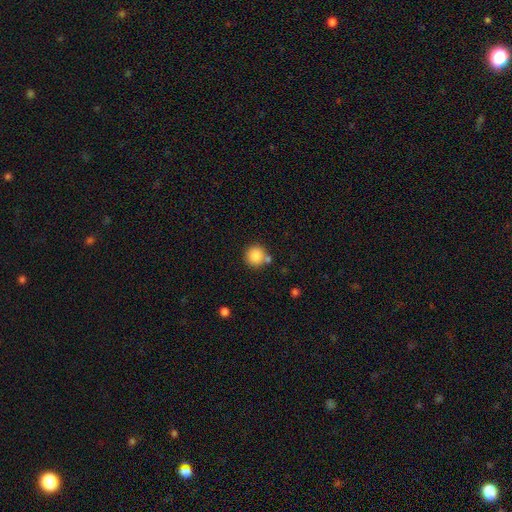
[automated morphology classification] smooth-or-featured: smooth: 85% | star or artifact: 9% | featured or disk: 6%
  how-rounded: round: 94% | in between: 5% | cigar-shaped: 1%
  merging: none: 73% | merger: 15% | minor disturbance: 9% | major disturbance: 3%